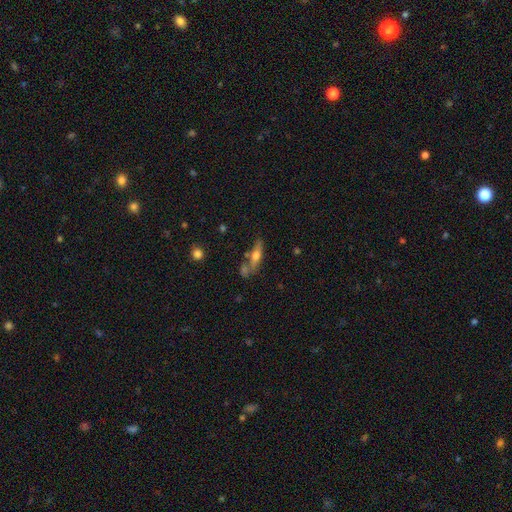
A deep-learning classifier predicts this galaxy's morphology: Smooth or featured?
  - featured or disk: 48% *
  - smooth: 44%
  - star or artifact: 8%
Merging?
  - none: 60% *
  - merger: 19%
  - minor disturbance: 16%
  - major disturbance: 6%